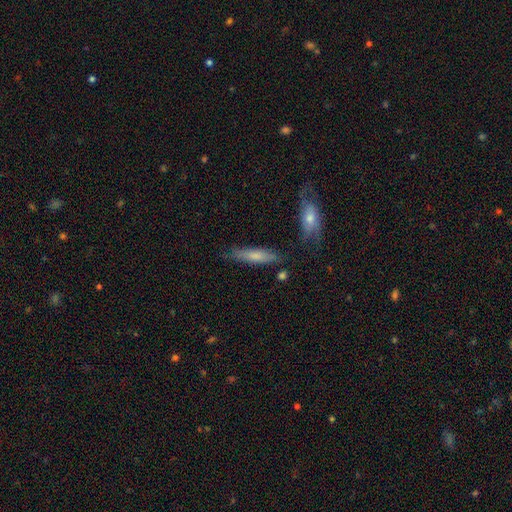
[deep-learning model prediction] The model was most divided on "smooth or featured": smooth: 66%, featured or disk: 28%, star or artifact: 7%. More confident: how rounded — cigar-shaped (77%); merging — none (75%).